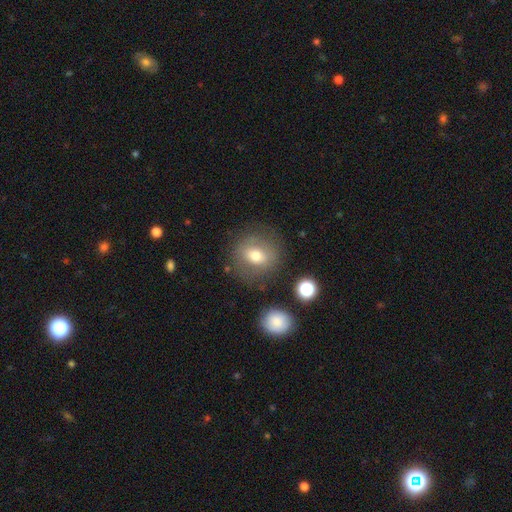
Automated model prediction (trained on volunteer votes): This appears to be a smooth galaxy with no disk features (67%) that is round (75%). Merging: none (75%).